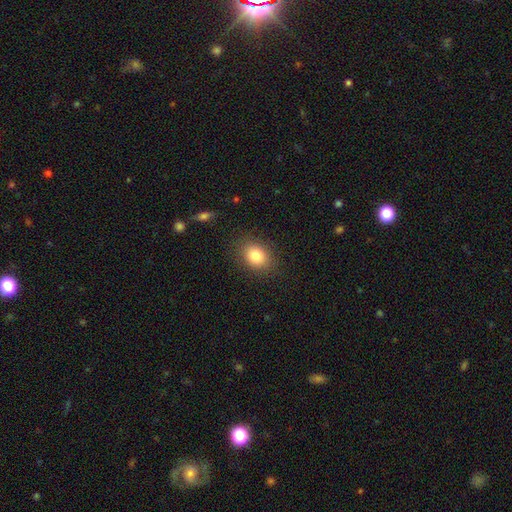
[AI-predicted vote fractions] Q: Smooth or featured?
A: smooth (83%); runner-up: star or artifact (10%)
Q: How rounded?
A: in between (60%); runner-up: round (39%)
Q: Merging?
A: none (86%); runner-up: minor disturbance (10%)